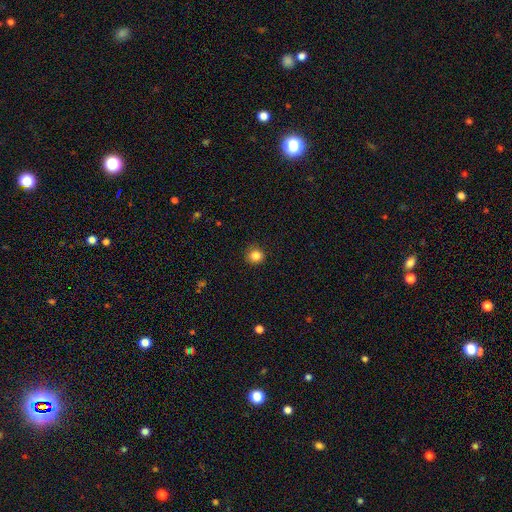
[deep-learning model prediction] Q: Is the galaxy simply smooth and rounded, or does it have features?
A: smooth — 84%.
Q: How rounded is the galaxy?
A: round — 91%.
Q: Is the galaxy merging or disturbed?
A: none — 90%.